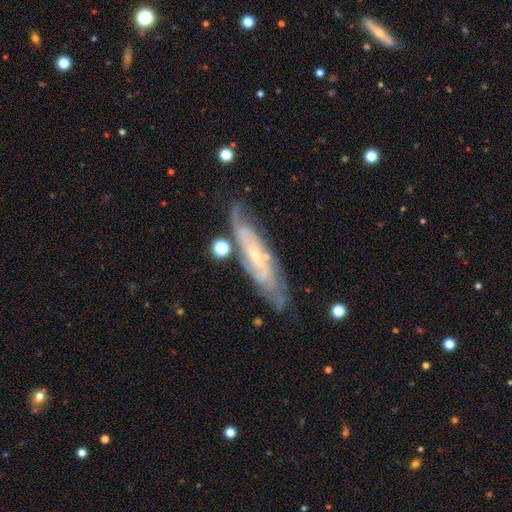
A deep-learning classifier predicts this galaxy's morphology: featured or disk 80%, smooth 13%, star or artifact 7%. Down the decision tree: edge-on disk — no (75%); bar — no (49%); spiral arms — yes (93%); spiral arm count — can't tell (39%); spiral winding — tight (58%); bulge size — small (76%); merging — none (72%).